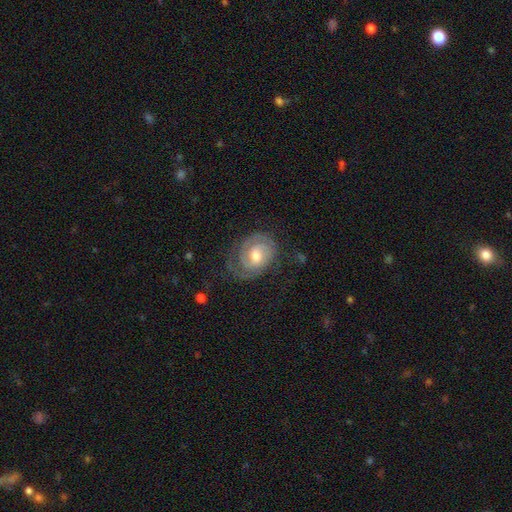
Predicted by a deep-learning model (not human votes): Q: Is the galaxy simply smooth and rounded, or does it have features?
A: featured or disk — 79%.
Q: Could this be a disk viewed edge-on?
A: no — 97%.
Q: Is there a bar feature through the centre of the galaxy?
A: no — 48%.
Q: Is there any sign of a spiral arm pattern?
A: yes — 93%.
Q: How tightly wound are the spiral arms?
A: tight — 64%.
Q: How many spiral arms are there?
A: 2 — 55%.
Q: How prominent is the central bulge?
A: moderate — 68%.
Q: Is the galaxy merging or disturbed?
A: none — 64%.